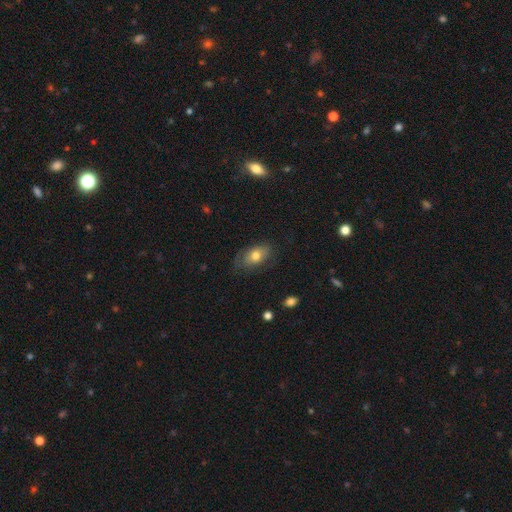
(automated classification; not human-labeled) This is likely a smooth galaxy (66%). How rounded: clearly in between (88%). Merging: likely none (67%).